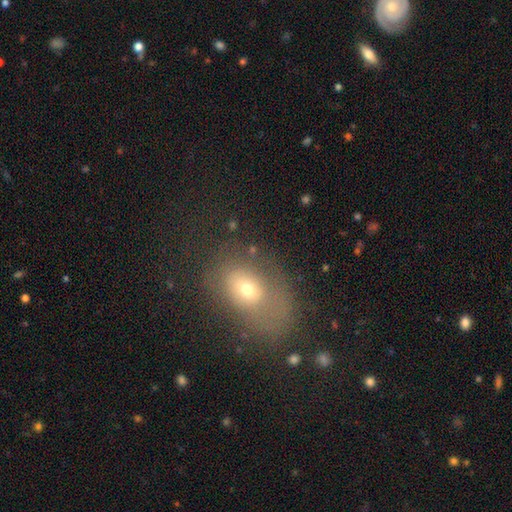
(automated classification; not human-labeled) Smooth or featured? Predicted: smooth (p=0.55). How rounded? Predicted: in between (p=0.74). Merging? Predicted: none (p=0.58).